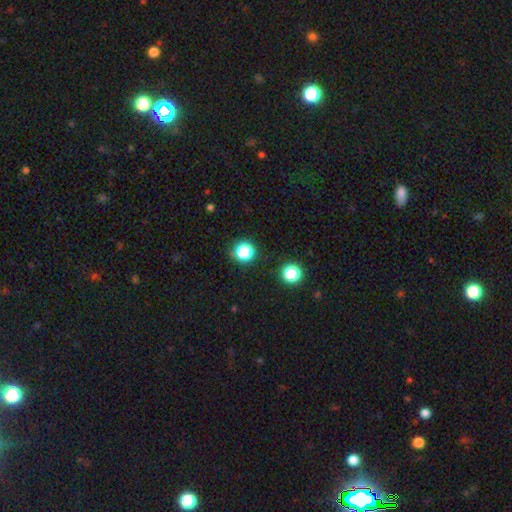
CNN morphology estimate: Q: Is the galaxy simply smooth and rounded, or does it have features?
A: star or artifact — 64%.